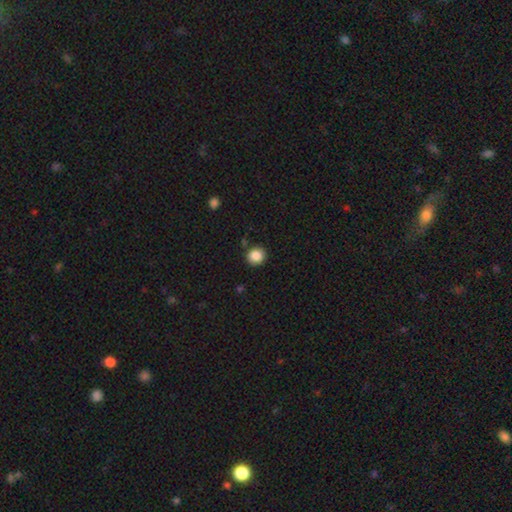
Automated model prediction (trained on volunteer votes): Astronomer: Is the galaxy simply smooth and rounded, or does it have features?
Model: smooth — 87%.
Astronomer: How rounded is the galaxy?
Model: round — 90%.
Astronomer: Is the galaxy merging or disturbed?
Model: none — 88%.